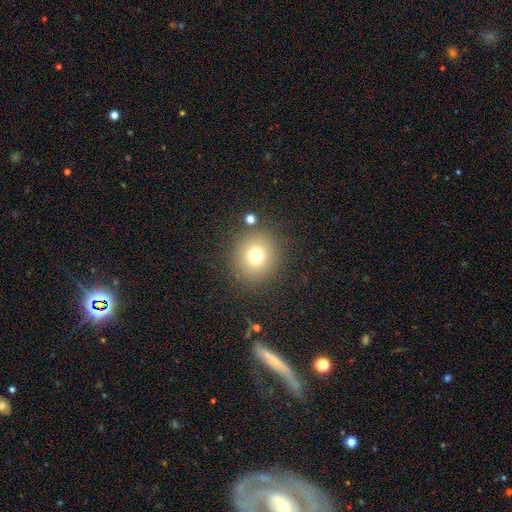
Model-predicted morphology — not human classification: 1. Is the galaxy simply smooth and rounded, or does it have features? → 74% smooth, 16% star or artifact, 11% featured or disk.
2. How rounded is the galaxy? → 89% round, 10% in between, 1% cigar-shaped.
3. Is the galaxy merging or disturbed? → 85% none, 8% minor disturbance, 4% major disturbance, 3% merger.